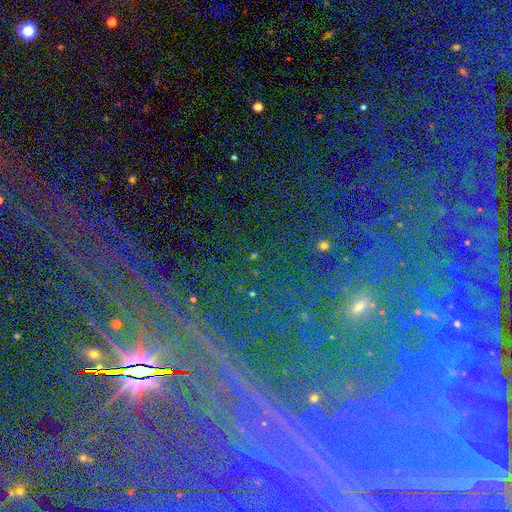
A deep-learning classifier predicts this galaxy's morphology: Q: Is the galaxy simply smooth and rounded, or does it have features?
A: star or artifact — 81%.